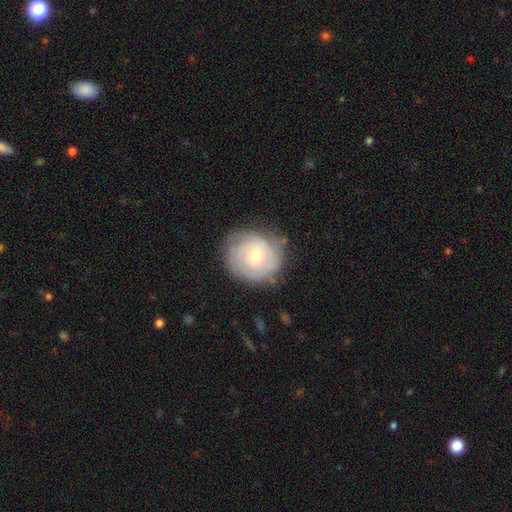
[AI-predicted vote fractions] A featured or disk galaxy (54%) with no bar (73%), spiral arms (71%) and a moderate central bulge (61%). Merging: none (71%).